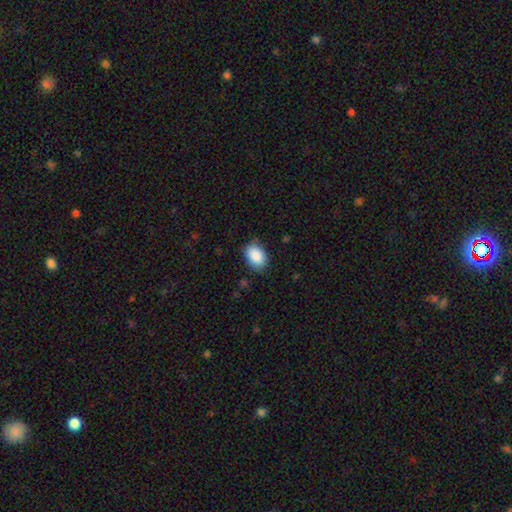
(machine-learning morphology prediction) Smooth or featured? Predicted: smooth (p=0.89). How rounded? Predicted: in between (p=0.86). Merging? Predicted: none (p=0.81).